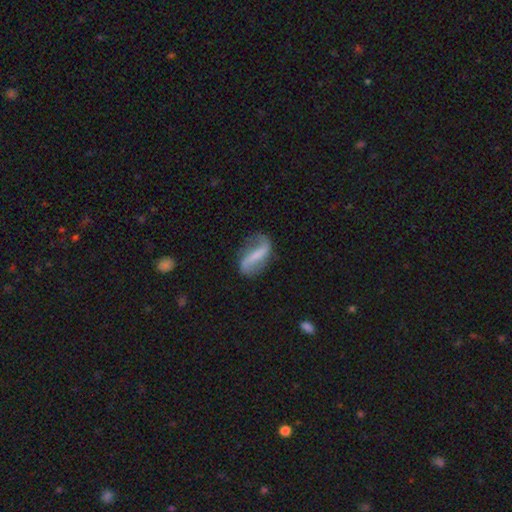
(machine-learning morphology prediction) Smooth or featured? Predicted: featured or disk (p=0.72). Edge-on disk? Predicted: no (p=0.92). Bar? Predicted: strong (p=0.62). Spiral arms? Predicted: yes (p=0.84). Spiral winding? Predicted: loose (p=0.77). Spiral arm count? Predicted: 2 (p=0.87). Bulge size? Predicted: none (p=0.48). Merging? Predicted: none (p=0.68).